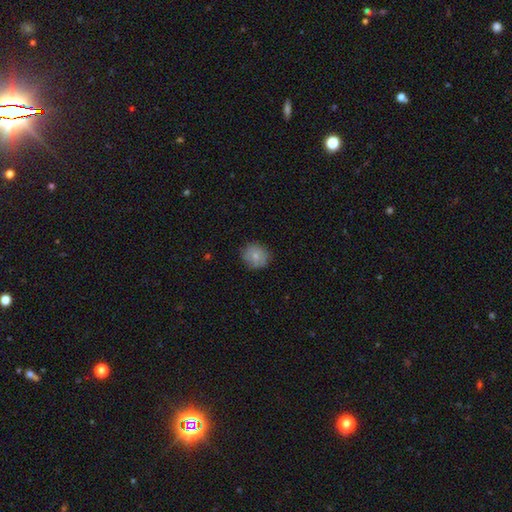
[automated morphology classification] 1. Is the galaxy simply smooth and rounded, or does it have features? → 74% smooth, 17% featured or disk, 8% star or artifact.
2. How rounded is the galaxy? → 83% round, 16% in between, 1% cigar-shaped.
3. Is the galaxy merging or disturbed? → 81% none, 15% minor disturbance, 3% major disturbance, 1% merger.